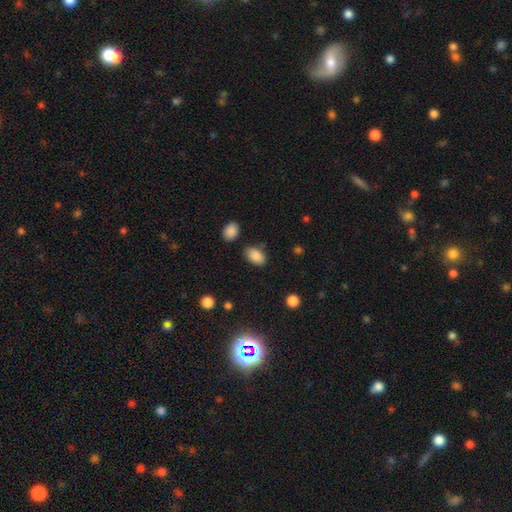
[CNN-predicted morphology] smooth 87%, star or artifact 8%, featured or disk 4%. Down the decision tree: how rounded — in between (90%); merging — none (80%).